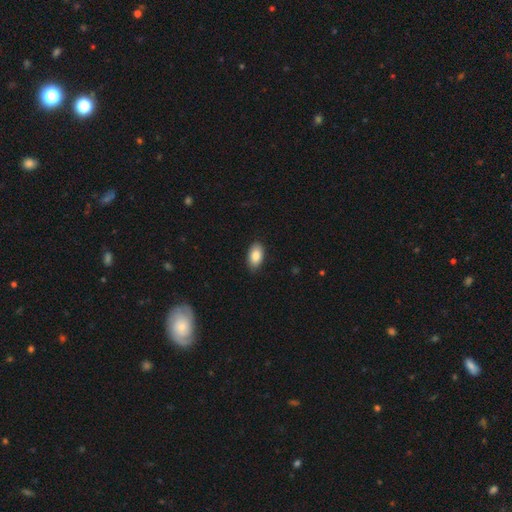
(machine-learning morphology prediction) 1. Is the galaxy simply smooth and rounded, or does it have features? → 87% smooth, 7% star or artifact, 6% featured or disk.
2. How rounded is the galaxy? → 94% in between, 4% round, 2% cigar-shaped.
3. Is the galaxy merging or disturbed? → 86% none, 12% minor disturbance, 2% major disturbance, 1% merger.